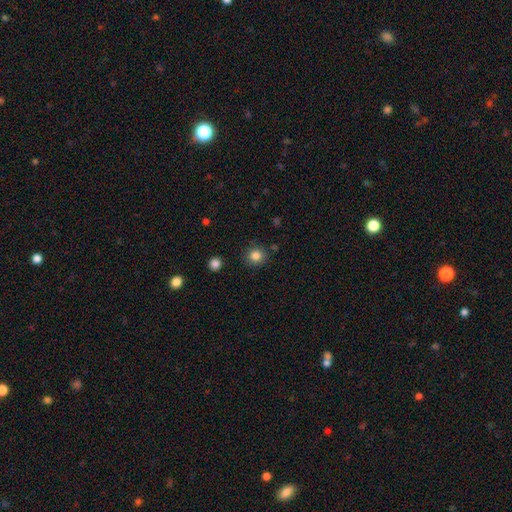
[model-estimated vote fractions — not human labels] This appears to be a smooth galaxy with no disk features (83%) that is round (91%). Merging: none (88%).